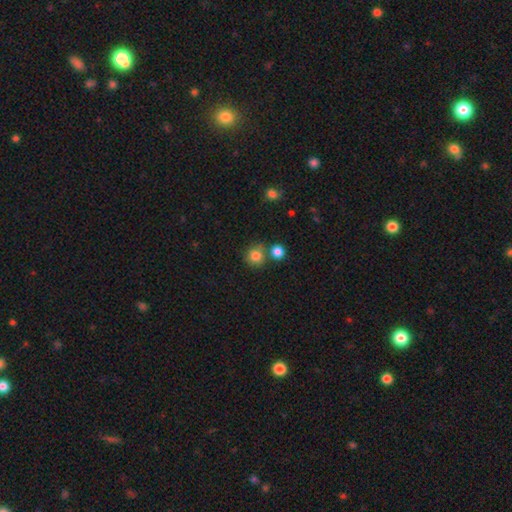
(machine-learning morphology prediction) The model was most divided on "merging": none: 68%, merger: 19%, minor disturbance: 10%, major disturbance: 3%. More confident: how rounded — round (90%); smooth or featured — smooth (82%).